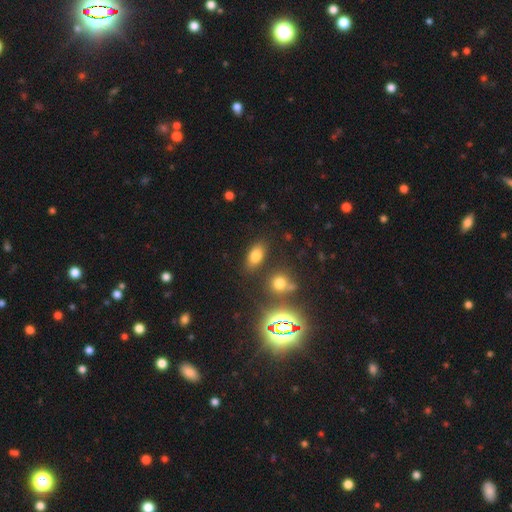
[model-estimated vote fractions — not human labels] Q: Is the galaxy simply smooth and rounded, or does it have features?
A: smooth — 73%.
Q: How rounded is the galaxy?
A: in between — 85%.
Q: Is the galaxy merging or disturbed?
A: none — 81%.